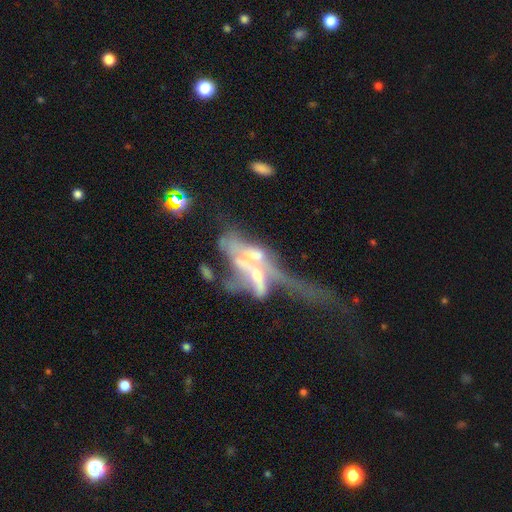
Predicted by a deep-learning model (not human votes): This appears to be a featured or disk galaxy (62%). Merging: merger (49%).